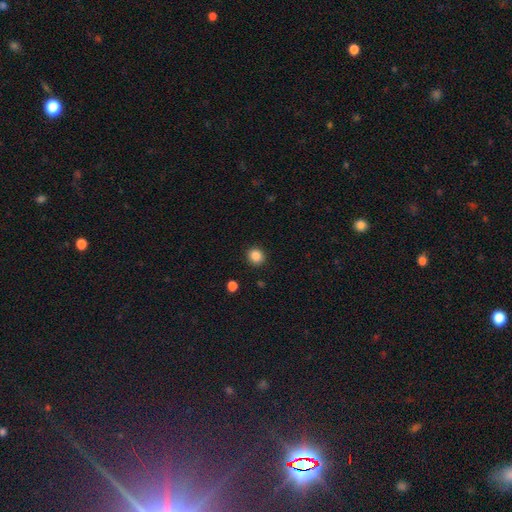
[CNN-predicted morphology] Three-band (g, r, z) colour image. It shows a smooth galaxy with no disk features (86%) that is round (85%). Merging: none (91%).